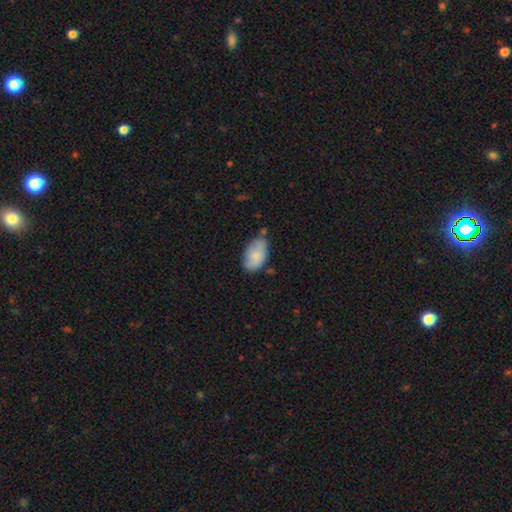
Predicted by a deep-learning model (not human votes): Smooth or featured? smooth (82%)
How rounded? in between (94%)
Merging? none (65%)